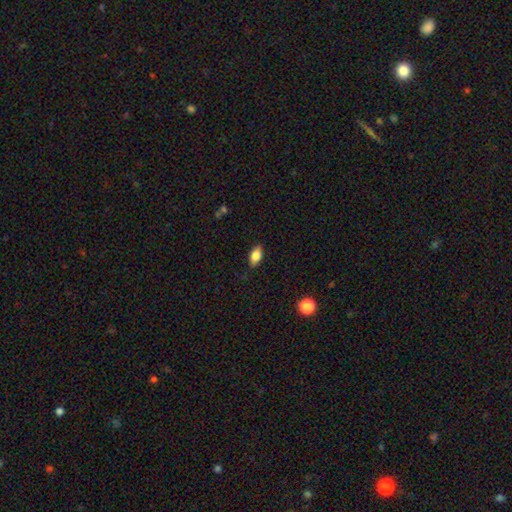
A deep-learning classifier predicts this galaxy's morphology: A smooth galaxy with no disk features (82%) that is in between round and cigar-shaped (90%).

Vote fractions:
- Smooth or featured? smooth: 82% / featured or disk: 10% / star or artifact: 8%
- How rounded? in between: 90% / round: 5% / cigar-shaped: 5%
- Merging? none: 86% / minor disturbance: 11% / major disturbance: 2% / merger: 1%